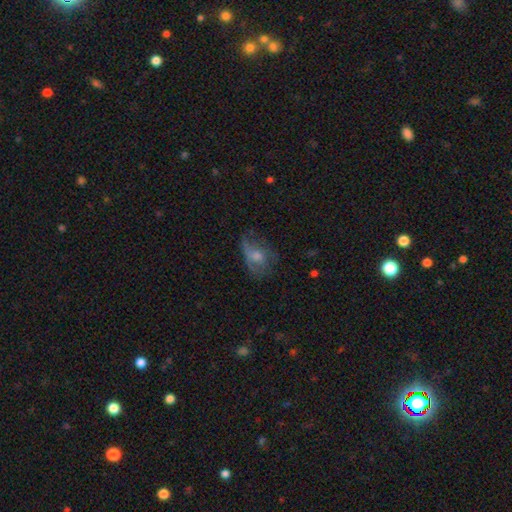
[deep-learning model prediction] smooth-or-featured: smooth: 43% | featured or disk: 42% | star or artifact: 15%
  merging: none: 39% | major disturbance: 31% | minor disturbance: 28% | merger: 2%